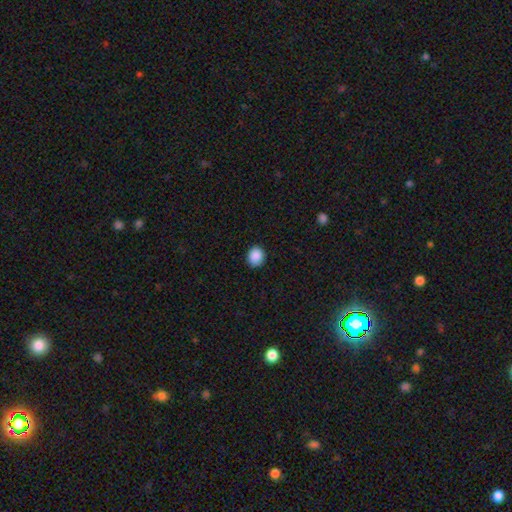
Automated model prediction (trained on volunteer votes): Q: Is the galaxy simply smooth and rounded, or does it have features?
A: smooth — 89%.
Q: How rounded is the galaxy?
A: round — 70%.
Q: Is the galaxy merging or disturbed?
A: none — 89%.